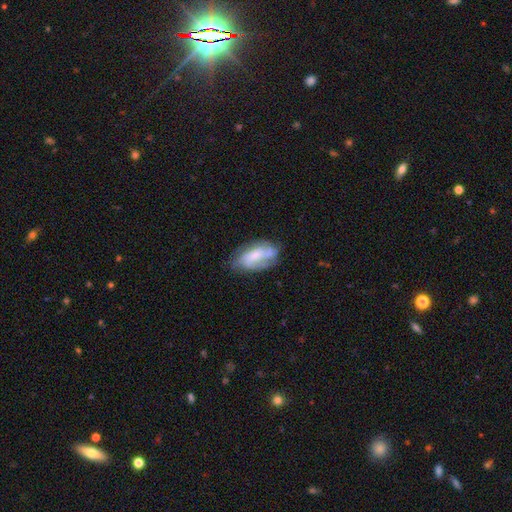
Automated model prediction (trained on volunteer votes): smooth-or-featured: featured or disk: 62% | smooth: 31% | star or artifact: 8%
  disk-edge-on: no: 94% | yes: 6%
    bar: no: 53% | weak: 34% | strong: 14%
    has-spiral-arms: yes: 79% | no: 21%
    bulge-size: moderate: 33% (tied) | small: 33% (tied) | none: 22% | large: 11% | dominant: 2%
  merging: none: 55% | minor disturbance: 26% | major disturbance: 15% | merger: 4%